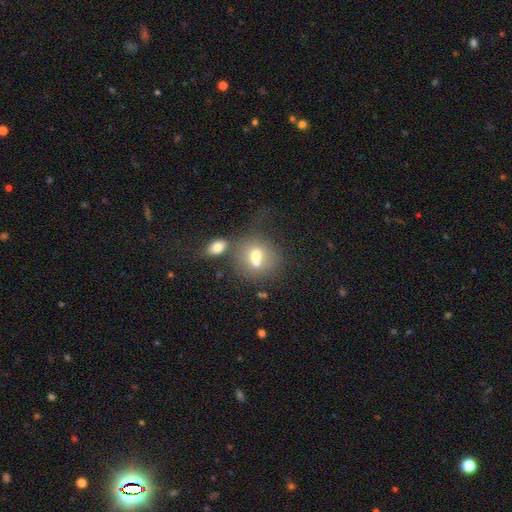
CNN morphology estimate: smooth 64%, featured or disk 24%, star or artifact 13%. Down the decision tree: how rounded — round (76%); merging — merger (47%).